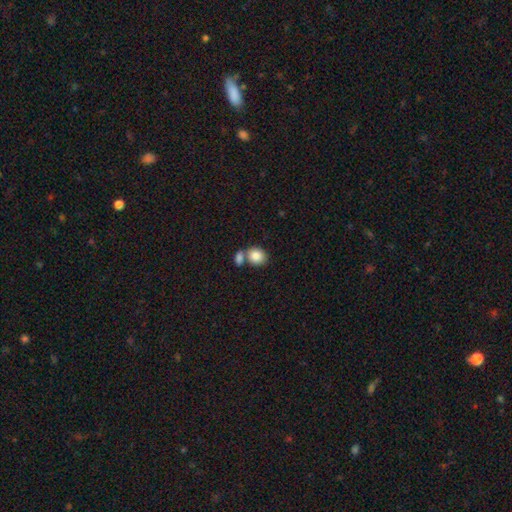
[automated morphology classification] smooth 84%, star or artifact 8%, featured or disk 8%. Down the decision tree: how rounded — round (56%); merging — none (46%).